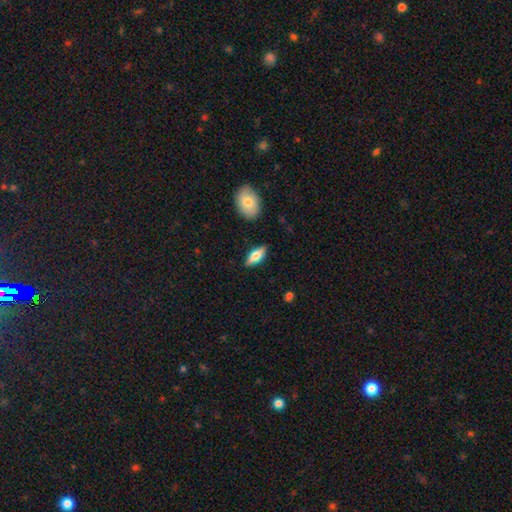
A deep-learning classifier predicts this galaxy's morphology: Q: Smooth or featured?
A: smooth (54%); runner-up: featured or disk (40%)
Q: How rounded?
A: in between (68%); runner-up: cigar-shaped (29%)
Q: Merging?
A: none (86%); runner-up: minor disturbance (10%)